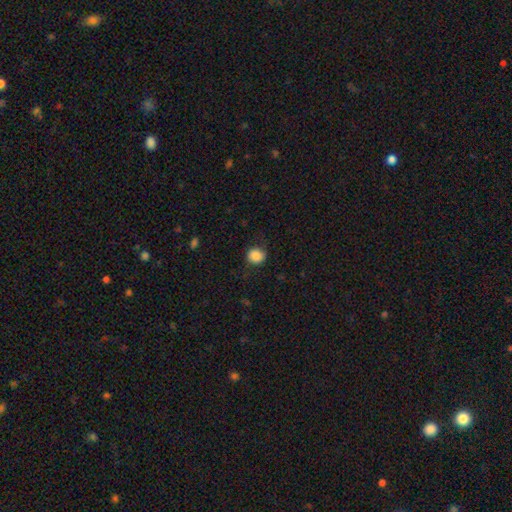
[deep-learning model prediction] Morphology: type=smooth (86%); roundness=round (83%); merging=none (80%).